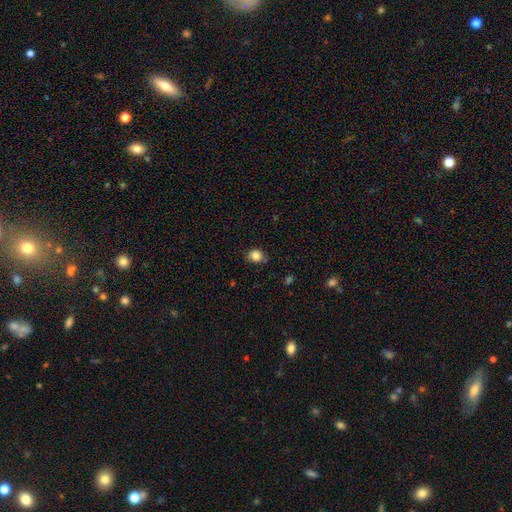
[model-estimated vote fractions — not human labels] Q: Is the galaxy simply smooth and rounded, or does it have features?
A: smooth — 84%.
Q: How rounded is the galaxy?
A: round — 77%.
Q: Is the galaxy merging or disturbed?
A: none — 80%.